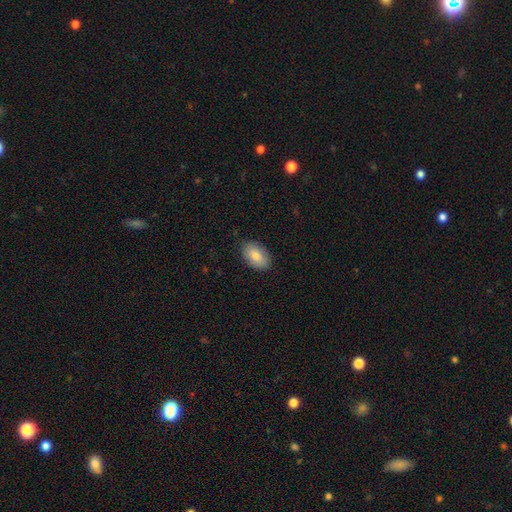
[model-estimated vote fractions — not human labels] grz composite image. It shows a smooth galaxy with no disk features (80%) that is in between round and cigar-shaped (91%). Merging: none (84%).